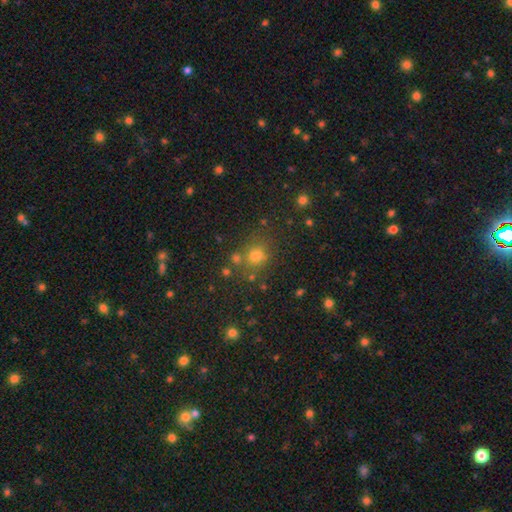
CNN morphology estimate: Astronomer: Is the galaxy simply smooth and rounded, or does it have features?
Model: smooth — 68%.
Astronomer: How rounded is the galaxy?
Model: round — 77%.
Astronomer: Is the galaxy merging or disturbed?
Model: none — 70%.